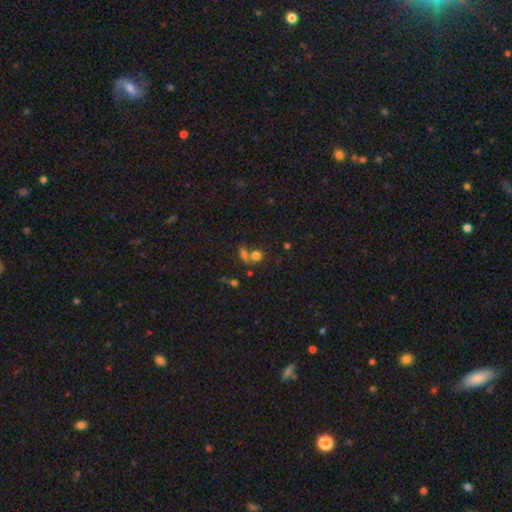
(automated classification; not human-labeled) Smooth or featured? smooth (70%)
How rounded? round (74%)
Merging? none (44%)